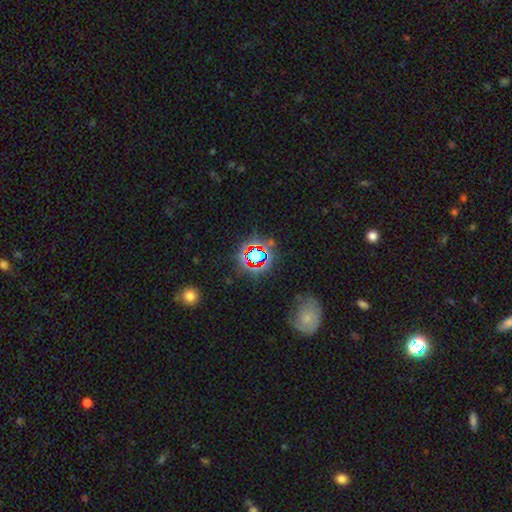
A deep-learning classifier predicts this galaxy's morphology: Q: Smooth or featured?
A: star or artifact (69%); runner-up: smooth (19%)